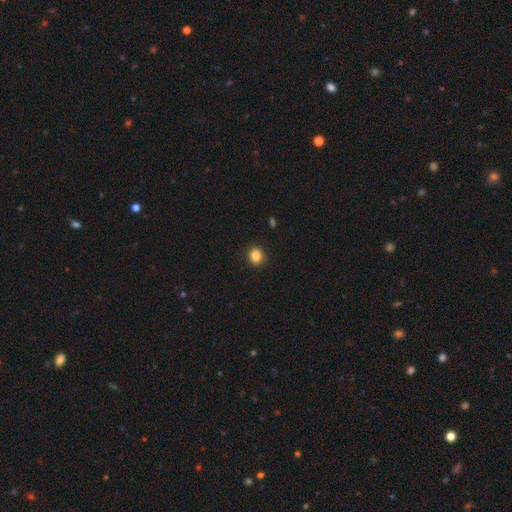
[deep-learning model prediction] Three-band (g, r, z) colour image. It shows a smooth galaxy with no disk features (86%) that is round (68%). Merging: none (90%).